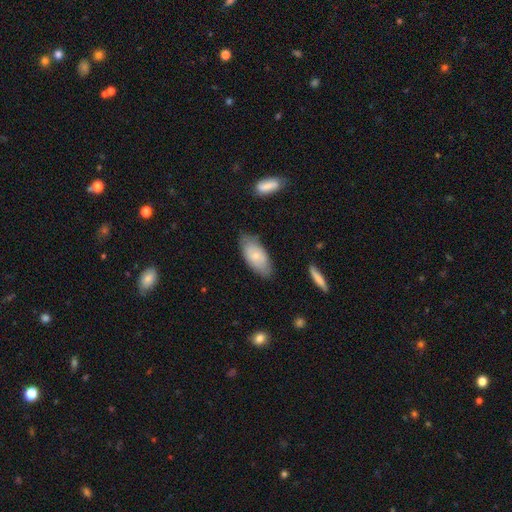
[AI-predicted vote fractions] This is likely a smooth galaxy (67%). How rounded: clearly in between (91%). Merging: likely none (73%).